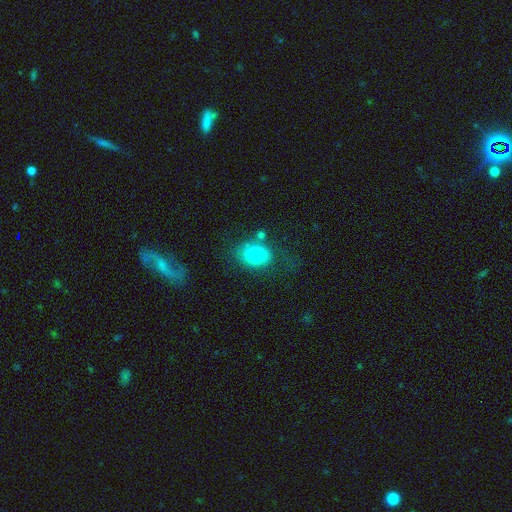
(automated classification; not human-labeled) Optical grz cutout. It shows a smooth galaxy with no disk features (73%) that is in between round and cigar-shaped (64%). Merging: none (54%).